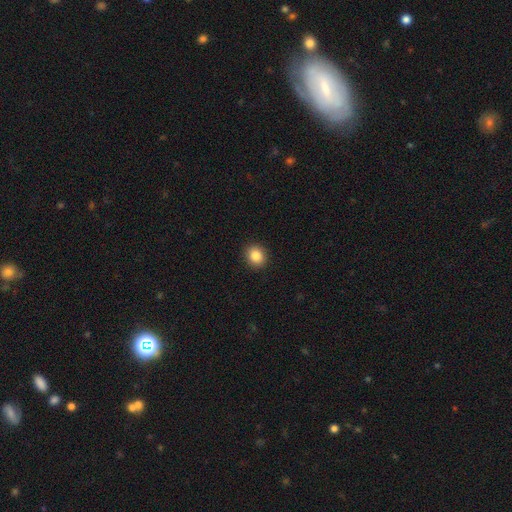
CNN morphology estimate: A smooth galaxy with no disk features (86%) that is round (75%).

Vote fractions:
- Smooth or featured? smooth: 86% / star or artifact: 10% / featured or disk: 4%
- How rounded? round: 75% / in between: 24% / cigar-shaped: 1%
- Merging? none: 92% / minor disturbance: 6% / major disturbance: 2% / merger: 1%